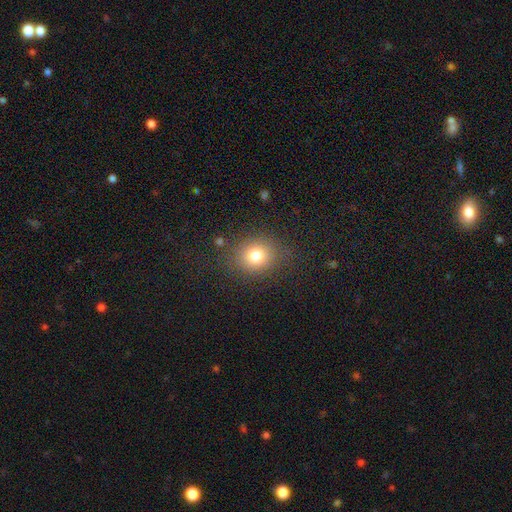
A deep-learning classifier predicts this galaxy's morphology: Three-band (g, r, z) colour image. It shows a smooth galaxy with no disk features (79%) that is round (73%). Merging: none (83%).